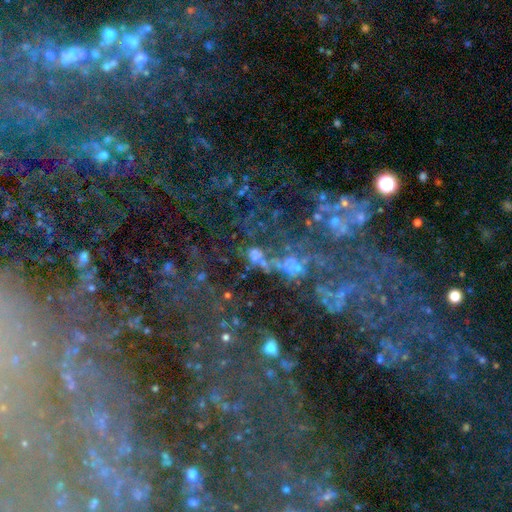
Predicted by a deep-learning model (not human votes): Smooth or featured: star or artifact — 44% (featured or disk — 30%)